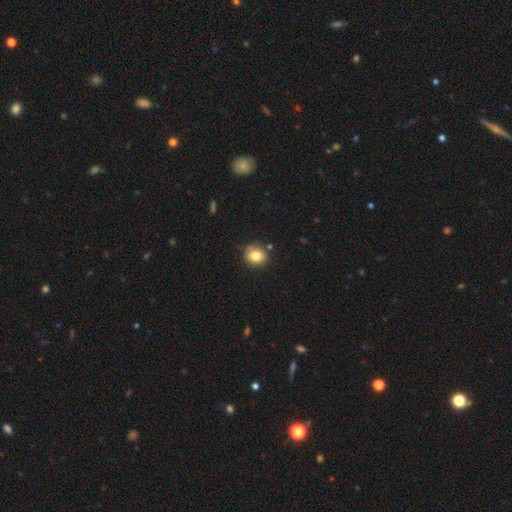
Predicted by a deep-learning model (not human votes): smooth_or_featured: smooth (p=0.81) [alt: star or artifact p=0.10]
how_rounded: round (p=0.83) [alt: in between p=0.16]
merging: none (p=0.80) [alt: minor disturbance p=0.14]